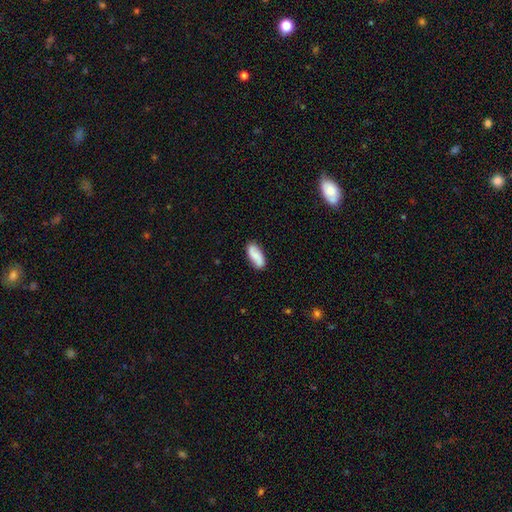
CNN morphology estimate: The model was most divided on "smooth or featured": smooth: 70%, featured or disk: 24%, star or artifact: 7%. More confident: merging — none (83%); how rounded — in between (83%).